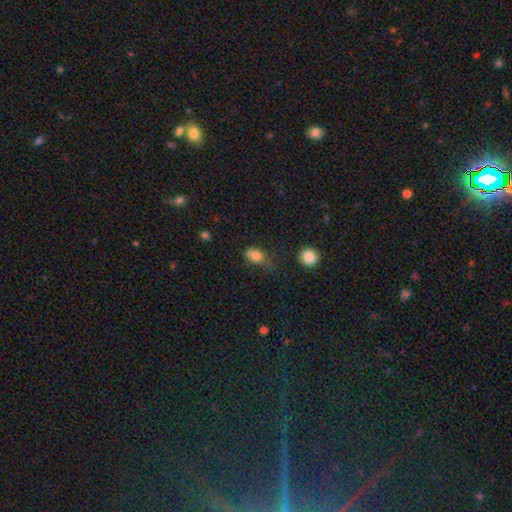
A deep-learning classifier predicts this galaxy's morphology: A smooth galaxy with no disk features (80%) that is in between round and cigar-shaped (73%).

Vote fractions:
- Smooth or featured? smooth: 80% / star or artifact: 11% / featured or disk: 9%
- How rounded? in between: 73% / round: 24% / cigar-shaped: 3%
- Merging? none: 43% / minor disturbance: 35% / major disturbance: 18% / merger: 4%